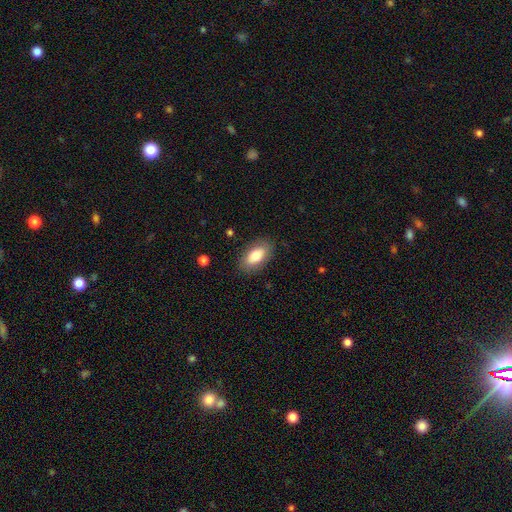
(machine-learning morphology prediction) This appears to be a smooth galaxy with no disk features (78%) that is in between round and cigar-shaped (92%). Merging: none (85%).